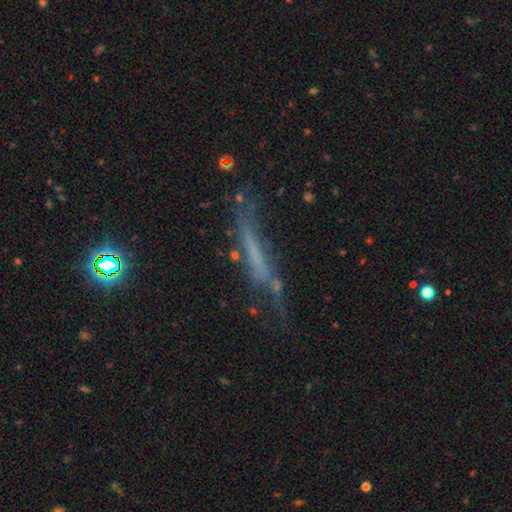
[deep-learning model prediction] This is possibly a featured or disk galaxy (54%). It is likely viewed edge-on (73%). Merging: possibly none (49%).